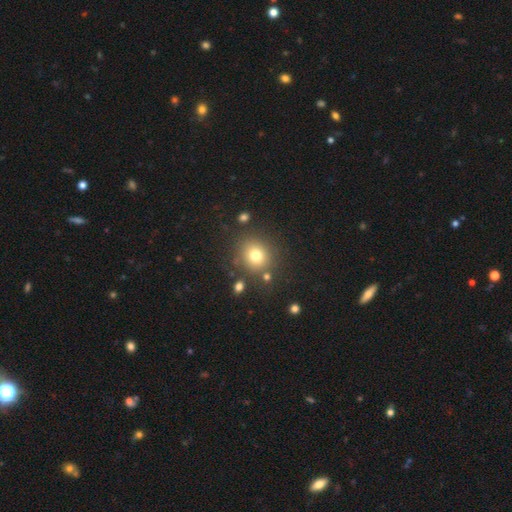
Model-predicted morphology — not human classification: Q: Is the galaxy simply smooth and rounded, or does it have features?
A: smooth — 76%.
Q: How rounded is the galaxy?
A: round — 82%.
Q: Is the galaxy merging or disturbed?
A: none — 80%.